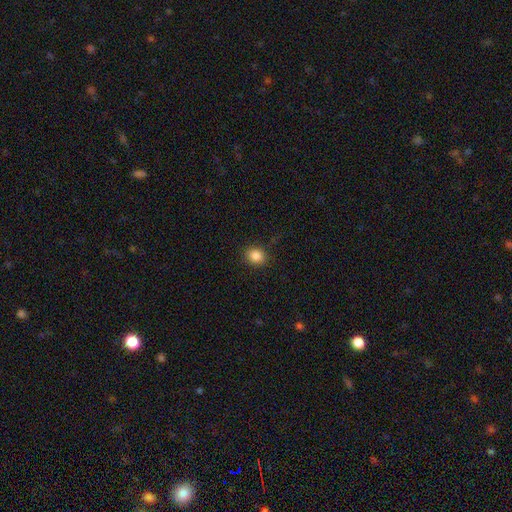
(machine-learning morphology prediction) Smooth or featured: smooth — 86% (star or artifact — 10%)
How rounded: round — 66% (in between — 33%)
Merging: none — 88% (minor disturbance — 9%)